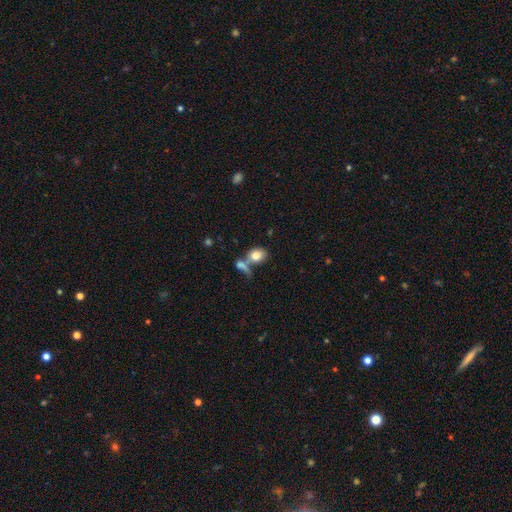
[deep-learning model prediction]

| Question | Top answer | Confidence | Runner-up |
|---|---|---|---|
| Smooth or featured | smooth | 79% | featured or disk (12%) |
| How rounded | in between | 63% | round (35%) |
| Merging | merger | 46% | none (36%) |